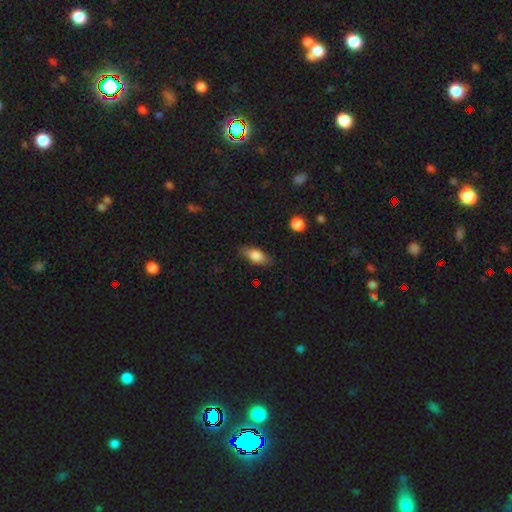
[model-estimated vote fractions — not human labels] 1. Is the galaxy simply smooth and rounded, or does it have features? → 74% smooth, 18% featured or disk, 8% star or artifact.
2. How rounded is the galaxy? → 78% in between, 17% cigar-shaped, 5% round.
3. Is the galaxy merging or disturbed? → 81% none, 14% minor disturbance, 3% major disturbance, 1% merger.